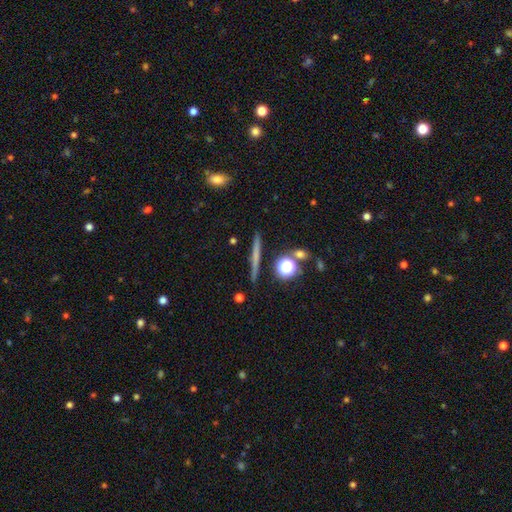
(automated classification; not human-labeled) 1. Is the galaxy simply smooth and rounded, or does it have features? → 46% featured or disk, 43% smooth, 10% star or artifact.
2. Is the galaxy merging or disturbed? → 89% none, 7% minor disturbance, 2% merger, 2% major disturbance.